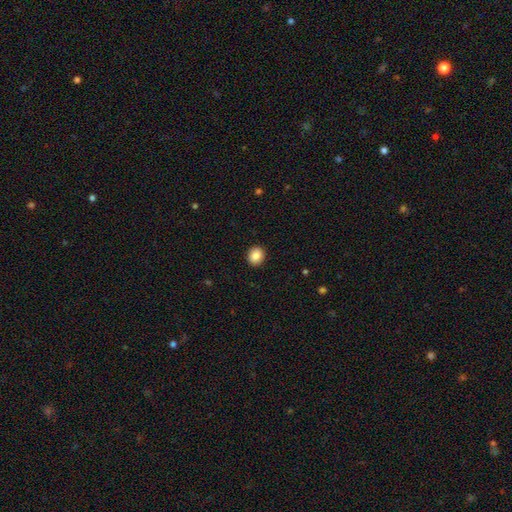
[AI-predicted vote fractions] Smooth or featured? Predicted: smooth (p=0.87). How rounded? Predicted: round (p=0.76). Merging? Predicted: none (p=0.92).